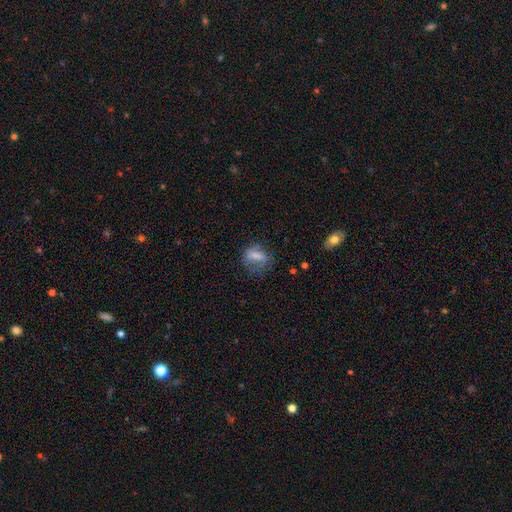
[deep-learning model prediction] The model was most divided on "smooth or featured": smooth: 49%, featured or disk: 41%, star or artifact: 10%. More confident: merging — none (53%).